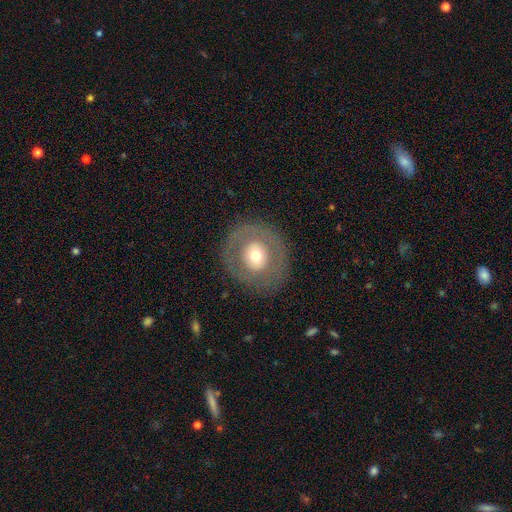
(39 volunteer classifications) Volunteers were most divided on "smooth or featured": featured or disk: 59%, smooth: 33%, star or artifact: 8%. More confident: edge-on disk — no (96%); spiral arms — no (95%); bar — no (77%); merging — none (64%); bulge size — moderate (55%).